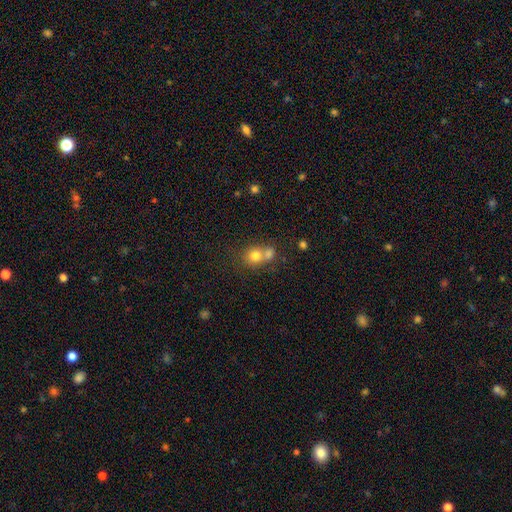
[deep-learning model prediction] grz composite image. It shows a smooth galaxy with no disk features (76%) that is round (77%). Merging: merger (55%).